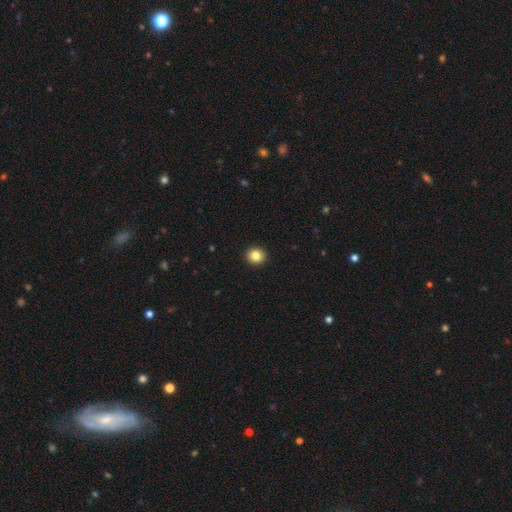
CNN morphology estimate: This is clearly a smooth galaxy (83%). How rounded: clearly round (89%). Merging: clearly none (94%).